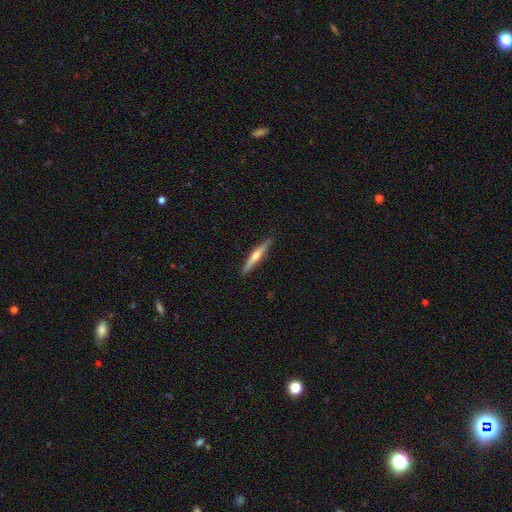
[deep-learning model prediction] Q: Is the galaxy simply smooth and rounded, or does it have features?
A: featured or disk — 58%.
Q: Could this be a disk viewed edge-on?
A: yes — 97%.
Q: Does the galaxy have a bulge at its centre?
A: rounded — 81%.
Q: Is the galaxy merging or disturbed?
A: none — 90%.